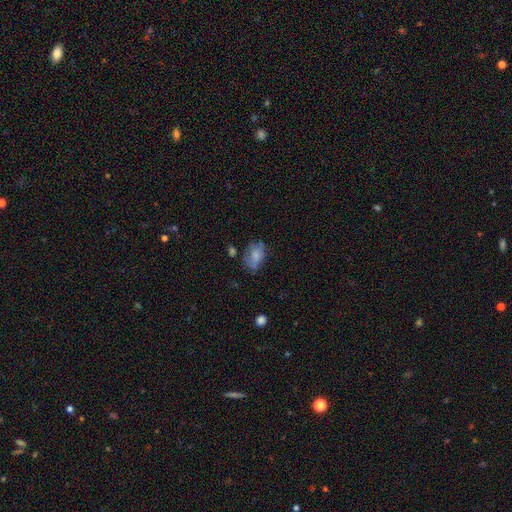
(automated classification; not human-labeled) A smooth galaxy with no disk features (69%) that is in between round and cigar-shaped (82%).

Vote fractions:
- Smooth or featured? smooth: 69% / featured or disk: 20% / star or artifact: 10%
- How rounded? in between: 82% / round: 16% / cigar-shaped: 2%
- Merging? none: 47% / minor disturbance: 30% / major disturbance: 17% / merger: 6%